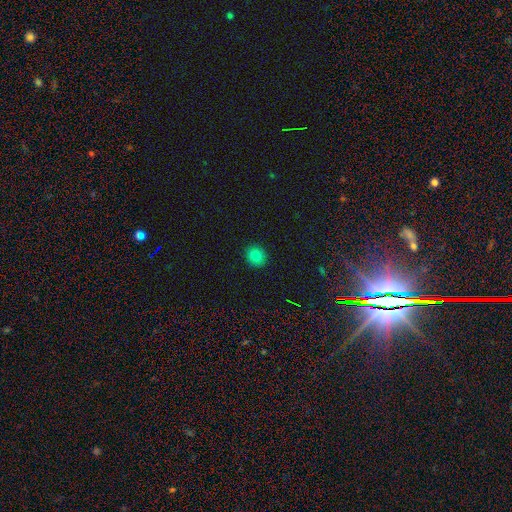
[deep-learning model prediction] A smooth galaxy with no disk features (81%) that is round (83%). Merging: none (92%).